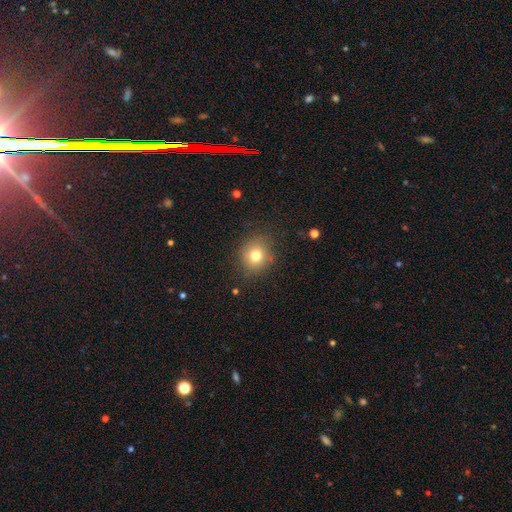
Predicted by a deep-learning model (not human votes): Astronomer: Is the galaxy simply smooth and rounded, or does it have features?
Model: smooth — 77%.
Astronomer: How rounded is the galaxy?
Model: round — 82%.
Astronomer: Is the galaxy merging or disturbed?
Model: none — 84%.